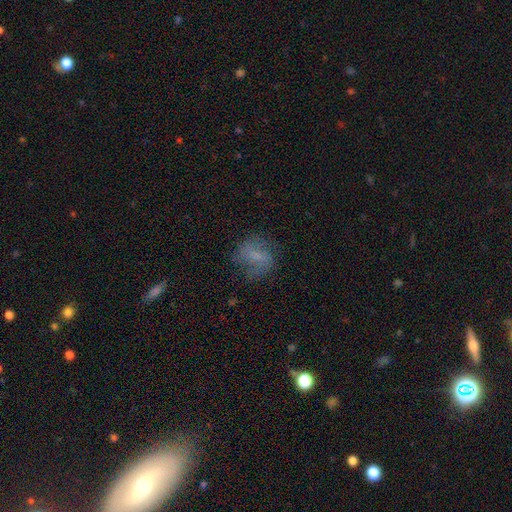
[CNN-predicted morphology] type=smooth (48%); merging=none (63%).